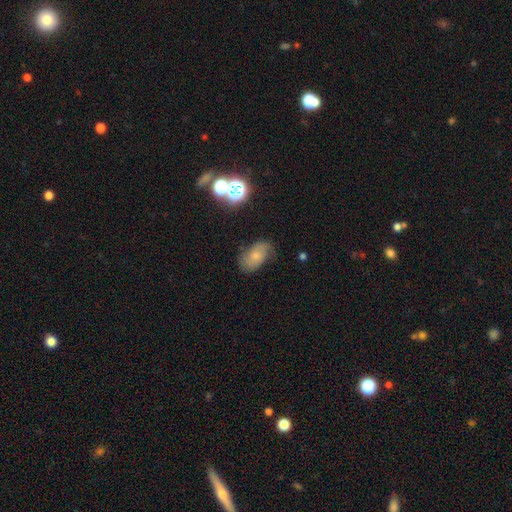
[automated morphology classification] Smooth or featured?
  - smooth: 57% *
  - featured or disk: 31%
  - star or artifact: 12%
How rounded?
  - in between: 90% *
  - round: 9%
  - cigar-shaped: 2%
Merging?
  - none: 65% *
  - minor disturbance: 24%
  - major disturbance: 8%
  - merger: 2%